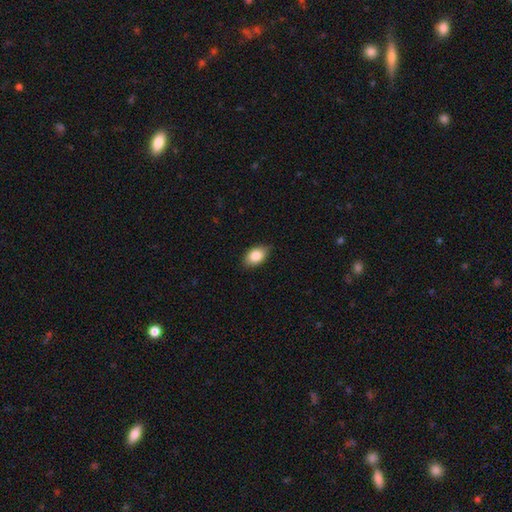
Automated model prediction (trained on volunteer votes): This appears to be a smooth galaxy with no disk features (85%) that is in between round and cigar-shaped (87%). Merging: none (83%).